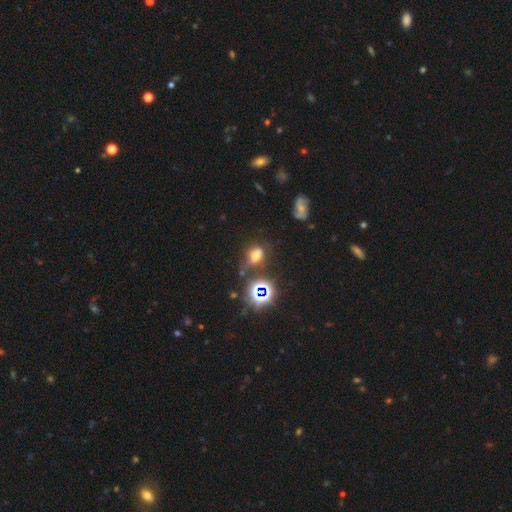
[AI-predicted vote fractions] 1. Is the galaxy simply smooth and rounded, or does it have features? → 49% smooth, 32% star or artifact, 19% featured or disk.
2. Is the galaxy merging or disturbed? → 51% none, 23% minor disturbance, 13% major disturbance, 13% merger.